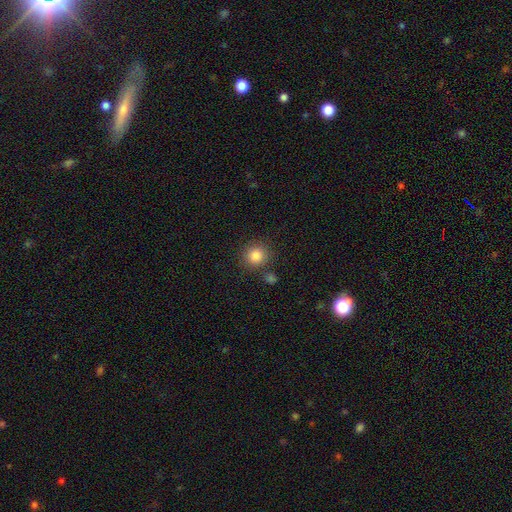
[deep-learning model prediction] smooth-or-featured: smooth: 85% | star or artifact: 10% | featured or disk: 5%
  how-rounded: round: 91% | in between: 8% | cigar-shaped: 1%
  merging: none: 82% | minor disturbance: 9% | merger: 6% | major disturbance: 3%